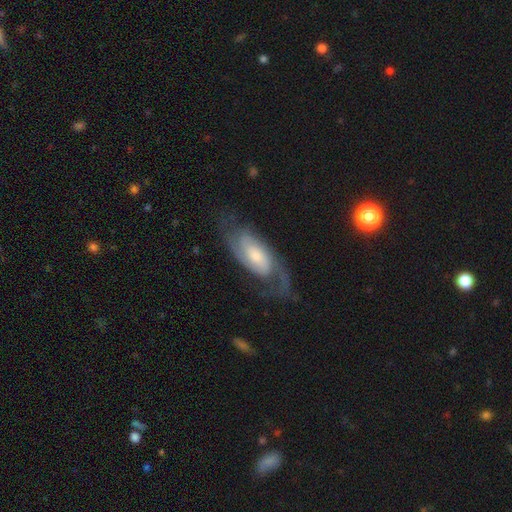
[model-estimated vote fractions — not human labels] smooth-or-featured: featured or disk: 84% | smooth: 11% | star or artifact: 5%
  disk-edge-on: no: 94% | yes: 6%
    bar: no: 55% | weak: 35% | strong: 9%
    has-spiral-arms: yes: 96% | no: 4%
      spiral-winding: medium: 46% | tight: 35% | loose: 19%
      spiral-arm-count: 2: 83% | can't tell: 8% | 3: 4% | 1: 3% | 4: 1% | more than 4: 1%
    bulge-size: moderate: 44% | small: 35% | large: 13% | none: 6% | dominant: 2%
  merging: none: 69% | minor disturbance: 17% | major disturbance: 12% | merger: 1%